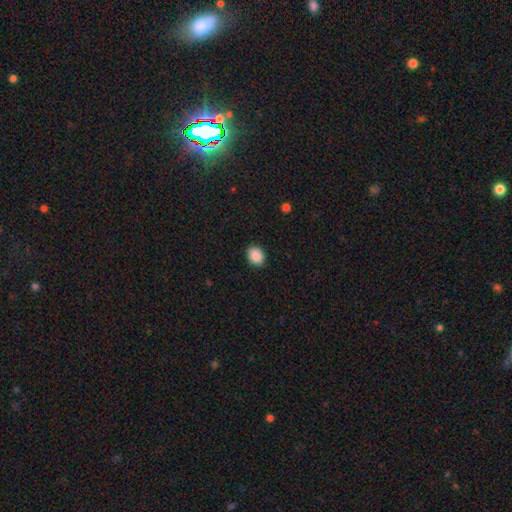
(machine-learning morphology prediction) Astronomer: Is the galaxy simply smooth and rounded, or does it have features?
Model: smooth — 89%.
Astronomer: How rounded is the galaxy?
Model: in between — 53% (runner-up: round, 46%).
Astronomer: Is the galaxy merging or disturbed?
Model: none — 89%.